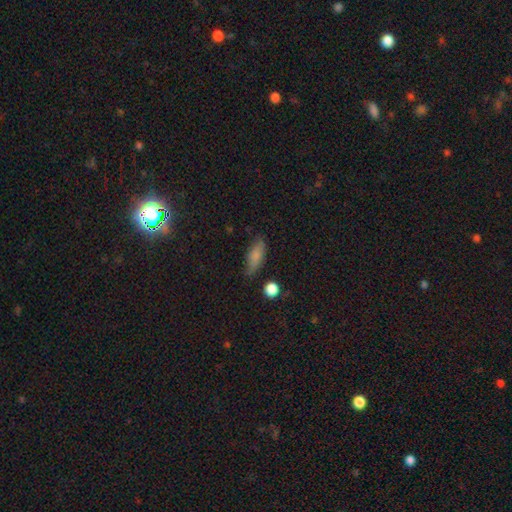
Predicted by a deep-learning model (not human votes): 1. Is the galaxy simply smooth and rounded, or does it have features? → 77% smooth, 14% featured or disk, 9% star or artifact.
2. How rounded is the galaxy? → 70% in between, 26% cigar-shaped, 4% round.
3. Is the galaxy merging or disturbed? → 69% none, 23% minor disturbance, 5% major disturbance, 3% merger.